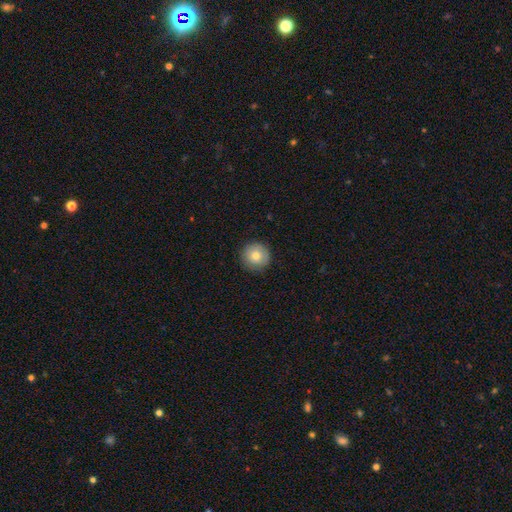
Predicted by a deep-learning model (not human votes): Overall: smooth (77%). How rounded: round (95%). Merging: none (89%).